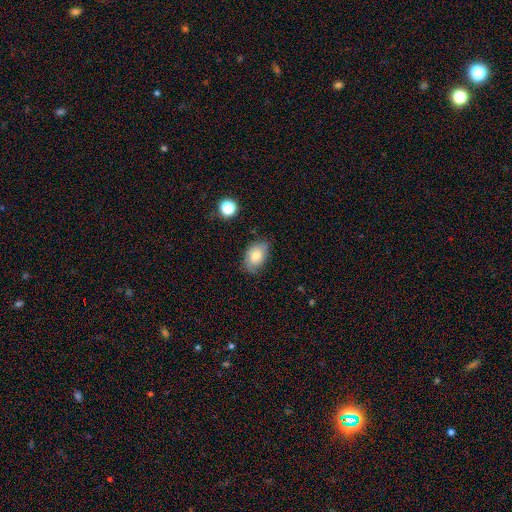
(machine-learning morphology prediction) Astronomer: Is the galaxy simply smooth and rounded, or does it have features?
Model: smooth — 73%.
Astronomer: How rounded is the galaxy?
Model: in between — 85%.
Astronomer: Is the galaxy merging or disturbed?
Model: none — 68%.